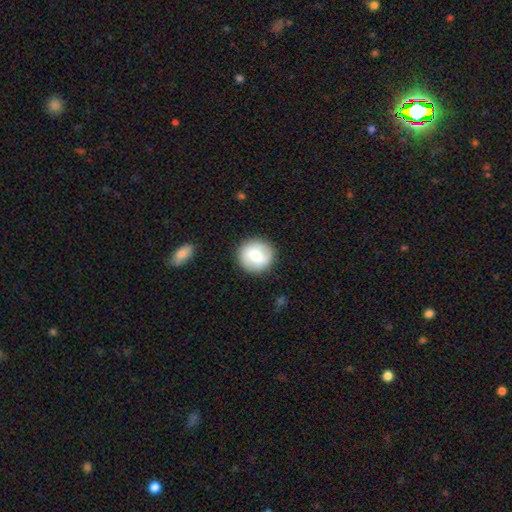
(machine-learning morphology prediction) This is likely a smooth galaxy (69%). How rounded: clearly round (92%). Merging: clearly none (88%).